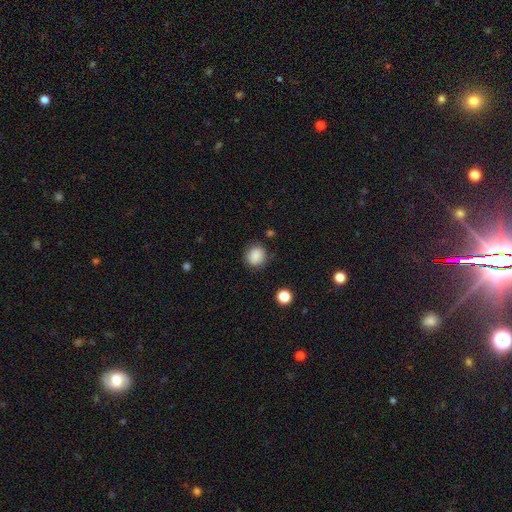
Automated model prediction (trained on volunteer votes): Overall: smooth (86%). How rounded: round (86%). Merging: none (84%).